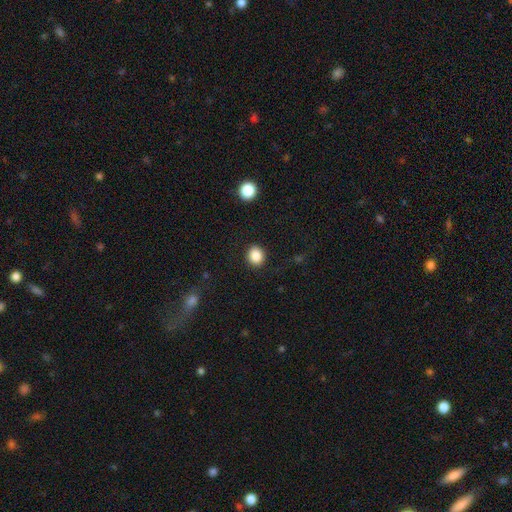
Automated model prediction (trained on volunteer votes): smooth-or-featured: smooth: 87% | star or artifact: 9% | featured or disk: 4%
  how-rounded: round: 74% | in between: 25% | cigar-shaped: 1%
  merging: none: 90% | minor disturbance: 7% | major disturbance: 2% | merger: 1%